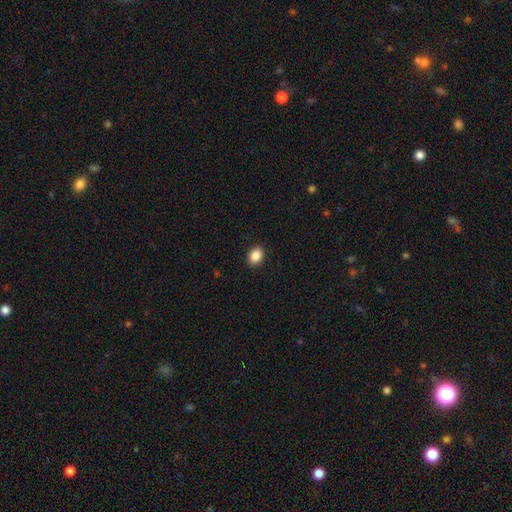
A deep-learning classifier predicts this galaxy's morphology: This is clearly a smooth galaxy (88%). How rounded: likely in between (60%). Merging: clearly none (91%).